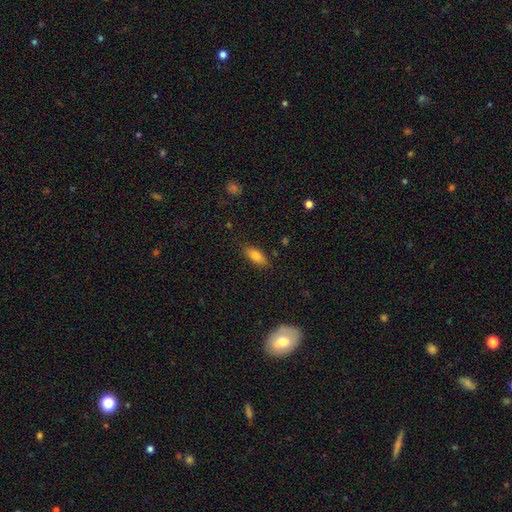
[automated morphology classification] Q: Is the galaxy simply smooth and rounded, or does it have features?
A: smooth — 80%.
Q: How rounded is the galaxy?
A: in between — 76%.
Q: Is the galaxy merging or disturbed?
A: none — 85%.